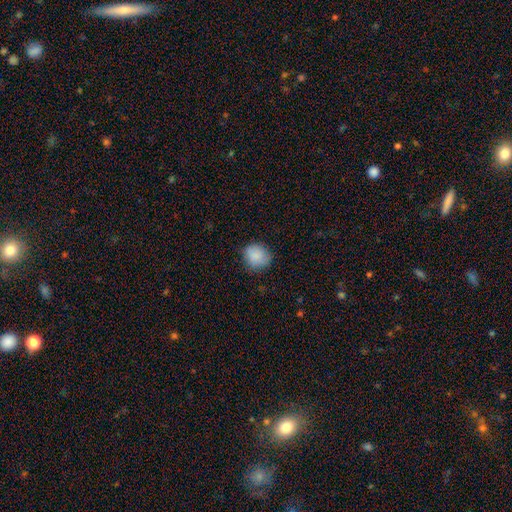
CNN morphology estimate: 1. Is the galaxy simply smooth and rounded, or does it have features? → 87% smooth, 8% star or artifact, 5% featured or disk.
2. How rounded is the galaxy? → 78% round, 21% in between, 1% cigar-shaped.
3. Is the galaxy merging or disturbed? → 80% none, 16% minor disturbance, 4% major disturbance, 1% merger.